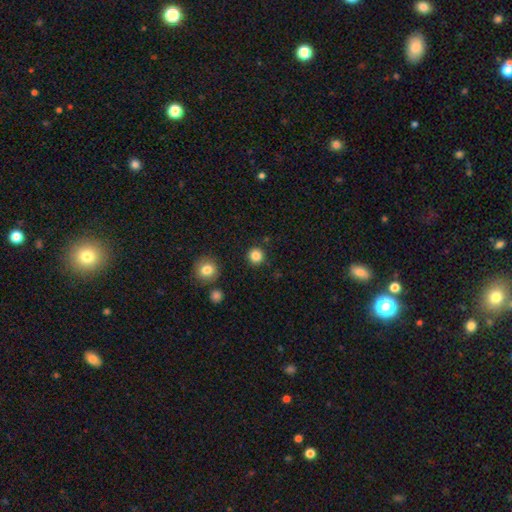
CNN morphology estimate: This is clearly a smooth galaxy (85%). How rounded: clearly round (95%). Merging: clearly none (90%).